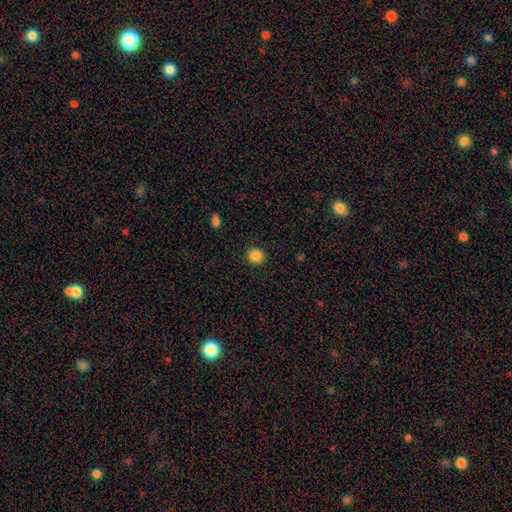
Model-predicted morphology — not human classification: This is clearly a smooth galaxy (87%). How rounded: clearly round (91%). Merging: clearly none (92%).